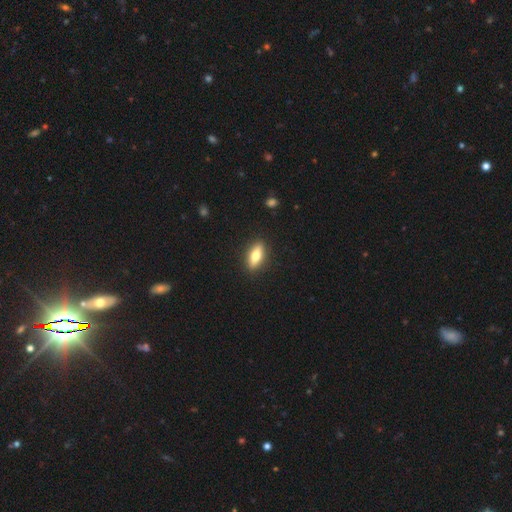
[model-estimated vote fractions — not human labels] This appears to be a smooth galaxy with no disk features (65%) that is in between round and cigar-shaped (68%). Merging: none (89%).